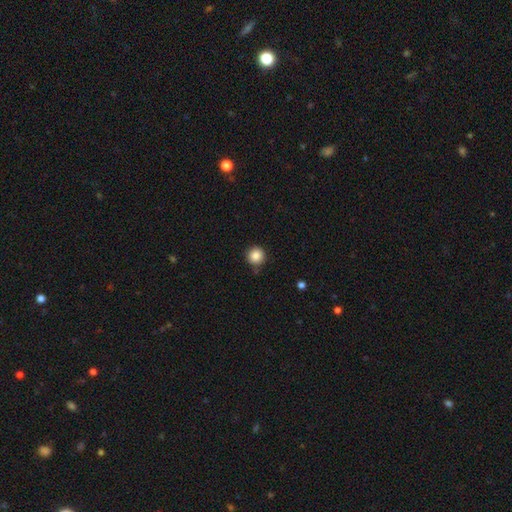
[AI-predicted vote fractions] Q: Smooth or featured?
A: smooth (86%); runner-up: star or artifact (10%)
Q: How rounded?
A: round (95%); runner-up: in between (4%)
Q: Merging?
A: none (85%); runner-up: minor disturbance (10%)